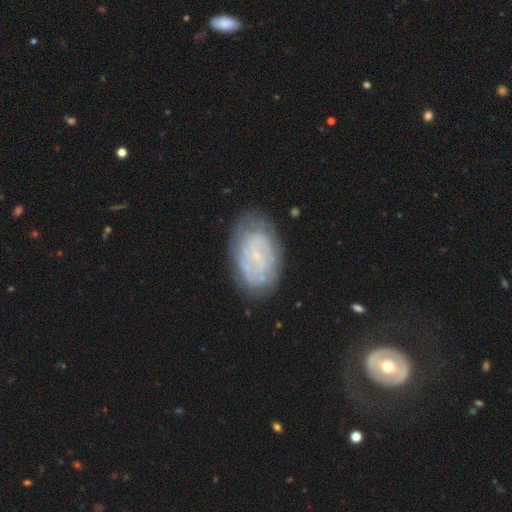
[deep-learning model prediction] This is likely a featured or disk galaxy (68%). It is clearly not viewed edge-on (96%). Bar: likely no (62%). Spiral arm pattern: likely yes (74%). Central bulge: likely small (78%). Merging: likely none (73%).